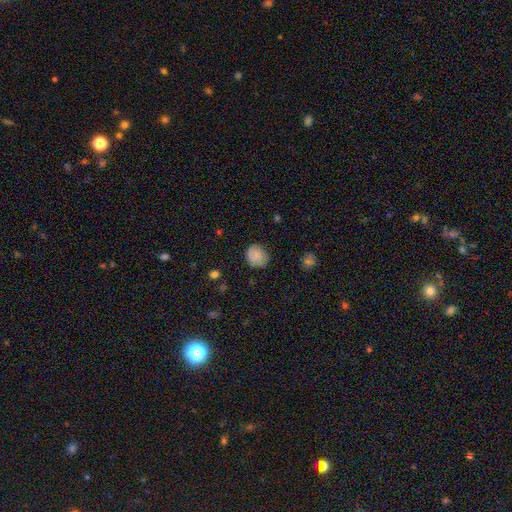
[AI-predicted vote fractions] smooth_or_featured: smooth (p=0.82) [alt: featured or disk p=0.09]
how_rounded: round (p=0.82) [alt: in between p=0.17]
merging: none (p=0.80) [alt: minor disturbance p=0.15]